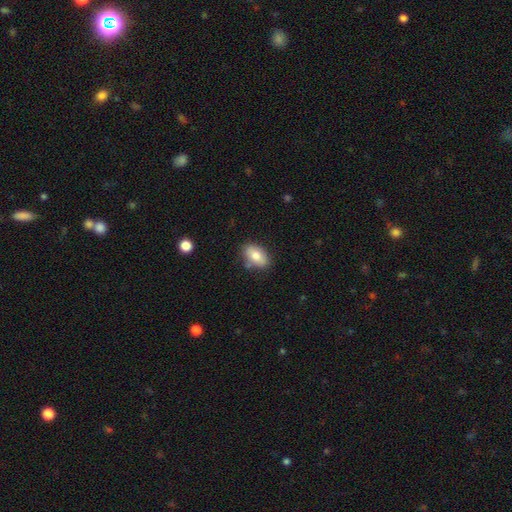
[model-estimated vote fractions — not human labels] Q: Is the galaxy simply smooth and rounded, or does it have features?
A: smooth — 78%.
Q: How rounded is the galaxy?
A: in between — 90%.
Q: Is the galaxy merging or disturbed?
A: none — 80%.